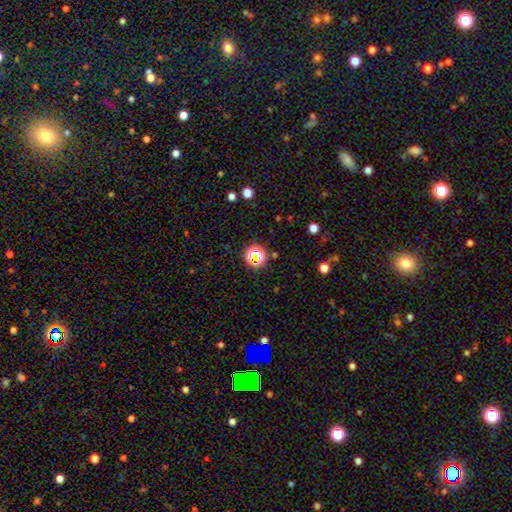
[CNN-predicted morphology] Smooth or featured: star or artifact — 56% (smooth — 34%)